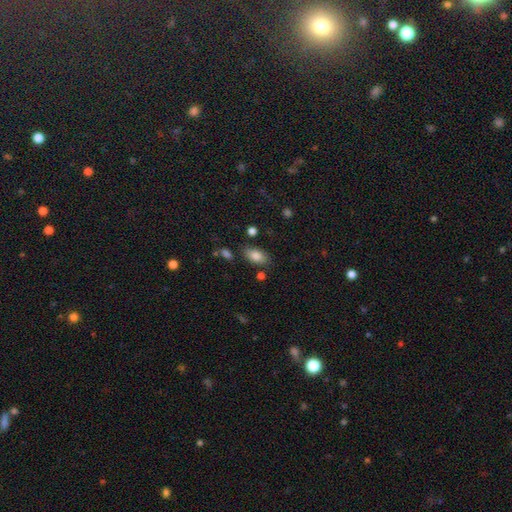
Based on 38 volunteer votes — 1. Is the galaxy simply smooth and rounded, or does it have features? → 97% smooth, 3% featured or disk, 0% star or artifact.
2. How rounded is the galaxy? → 89% in between, 5% round, 5% cigar-shaped.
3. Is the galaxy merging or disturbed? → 84% none, 11% minor disturbance, 3% major disturbance, 3% merger.